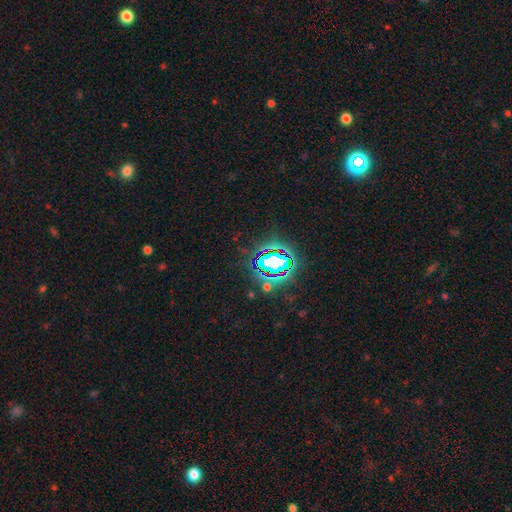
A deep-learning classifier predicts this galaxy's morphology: Smooth or featured? Predicted: star or artifact (p=0.81).